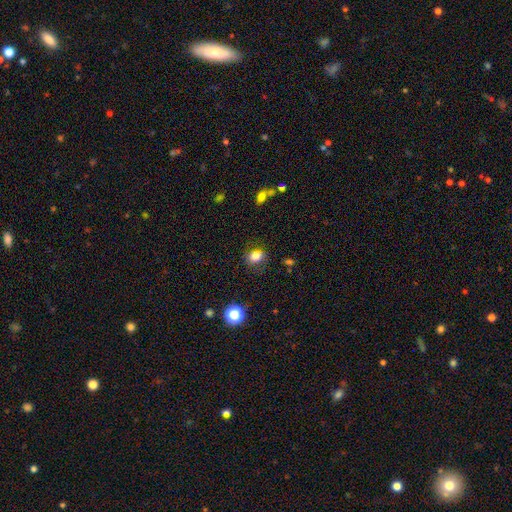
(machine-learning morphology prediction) Smooth or featured? Predicted: smooth (p=0.80). How rounded? Predicted: in between (p=0.57). Merging? Predicted: none (p=0.76).